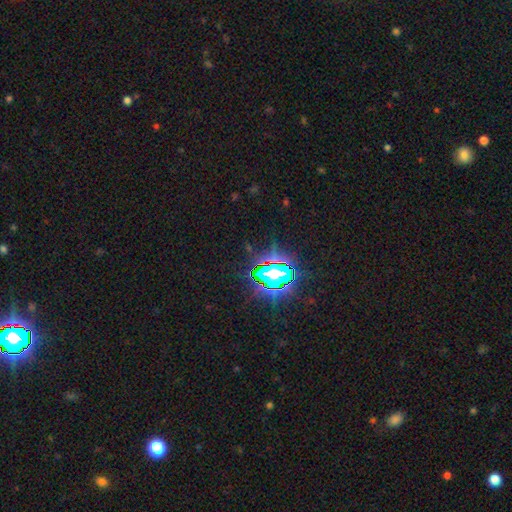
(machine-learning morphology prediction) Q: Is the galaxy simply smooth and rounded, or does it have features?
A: star or artifact — 82%.